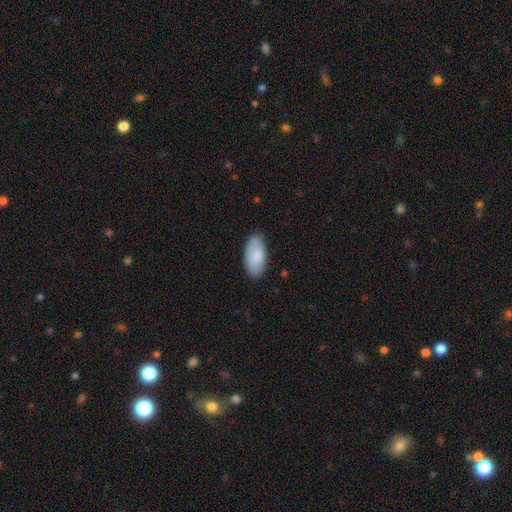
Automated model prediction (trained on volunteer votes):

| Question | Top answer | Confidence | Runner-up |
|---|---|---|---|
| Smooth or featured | smooth | 85% | featured or disk (10%) |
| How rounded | in between | 93% | cigar-shaped (5%) |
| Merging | none | 84% | minor disturbance (13%) |